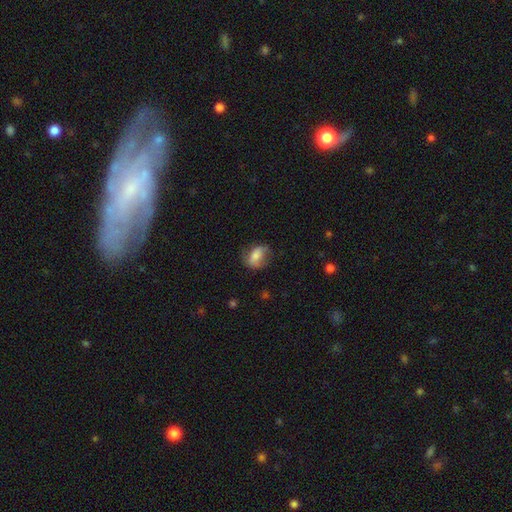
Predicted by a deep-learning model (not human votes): This is likely a smooth galaxy (66%). How rounded: likely in between (77%). Merging: possibly none (55%).